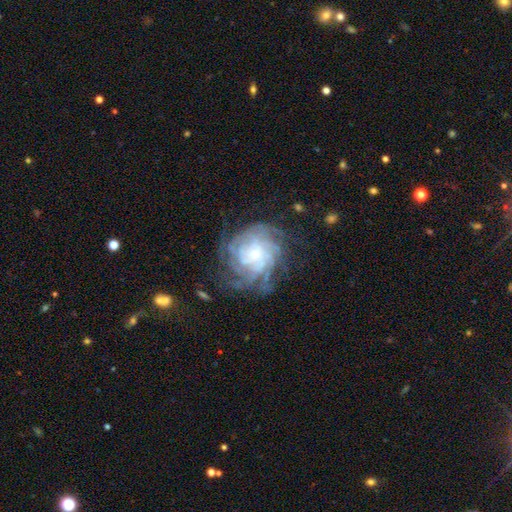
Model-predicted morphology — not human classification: A featured or disk galaxy (82%) with no bar (75%), tight (71%) spiral arms (95%) and a small central bulge (74%). Merging: none (70%).